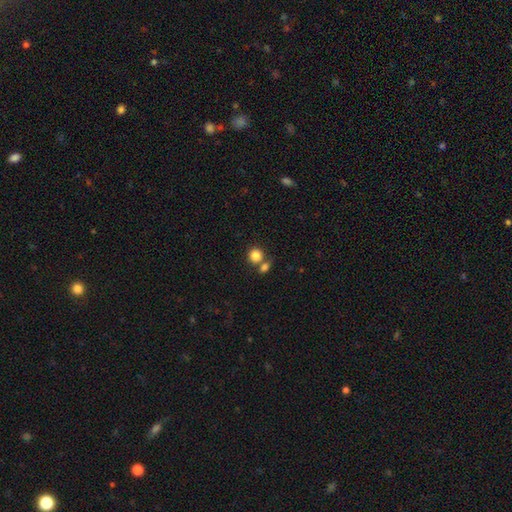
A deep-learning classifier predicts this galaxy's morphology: smooth-or-featured: smooth: 84% | star or artifact: 10% | featured or disk: 6%
  how-rounded: round: 86% | in between: 13% | cigar-shaped: 1%
  merging: none: 57% | merger: 31% | minor disturbance: 8% | major disturbance: 3%